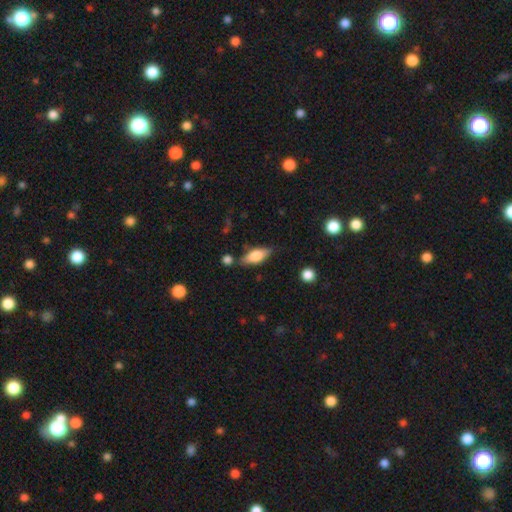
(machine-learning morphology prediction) Smooth or featured? smooth (64%)
How rounded? in between (73%)
Merging? none (75%)